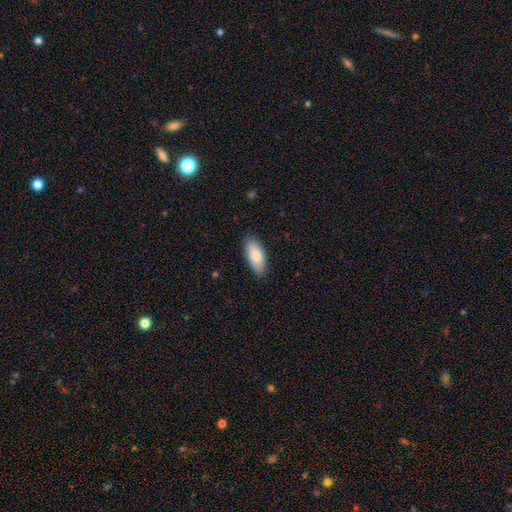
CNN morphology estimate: Smooth or featured? Predicted: smooth (p=0.82). How rounded? Predicted: in between (p=0.86). Merging? Predicted: none (p=0.86).